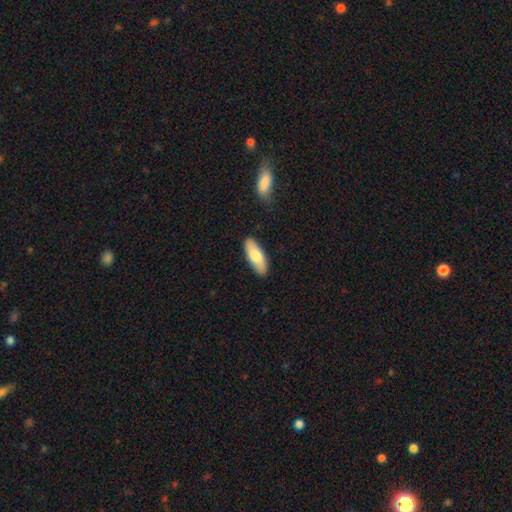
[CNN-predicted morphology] Smooth or featured? Predicted: smooth (p=0.77). How rounded? Predicted: in between (p=0.67). Merging? Predicted: none (p=0.87).